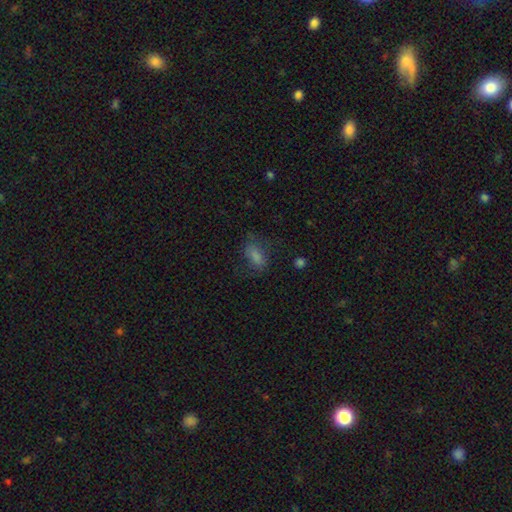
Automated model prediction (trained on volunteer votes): smooth-or-featured: smooth: 65% | star or artifact: 18% | featured or disk: 16%
  how-rounded: in between: 79% | cigar-shaped: 12% | round: 9%
  merging: none: 65% | minor disturbance: 20% | major disturbance: 13% | merger: 2%